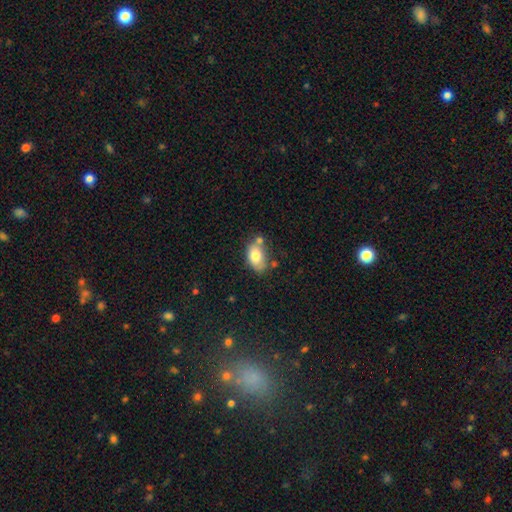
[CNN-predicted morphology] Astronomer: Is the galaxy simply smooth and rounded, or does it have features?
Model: smooth — 77%.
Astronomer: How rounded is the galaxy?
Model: in between — 89%.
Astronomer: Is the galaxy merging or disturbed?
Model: none — 52%.